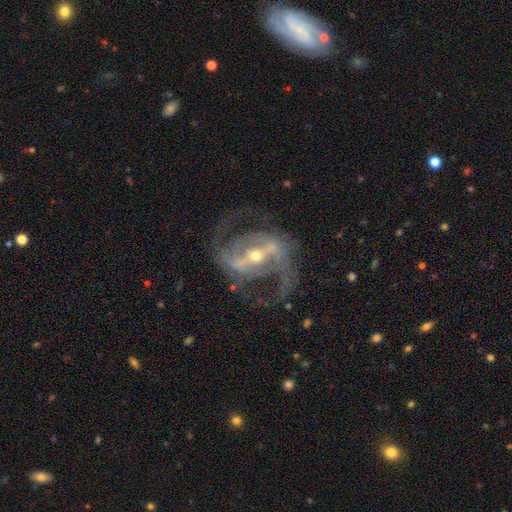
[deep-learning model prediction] Morphology: type=featured or disk (91%); edge-on=no (96%); bar=strong (67%); spiral arms=yes (95%); winding=medium (57%); arm count=2 (90%); bulge=small (57%); merging=none (72%).